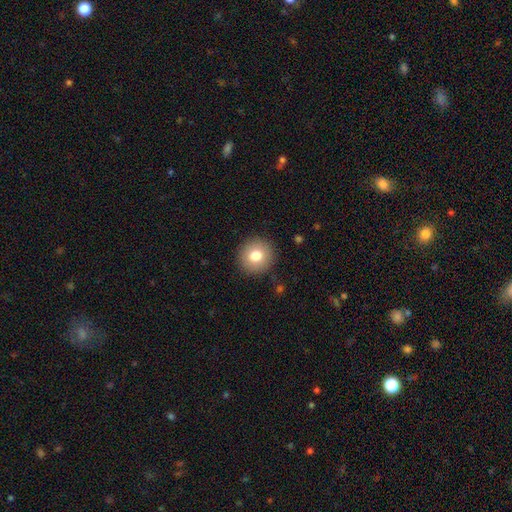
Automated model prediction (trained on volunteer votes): smooth_or_featured: smooth (p=0.78) [alt: featured or disk p=0.12]
how_rounded: round (p=0.93) [alt: in between p=0.06]
merging: none (p=0.90) [alt: minor disturbance p=0.07]